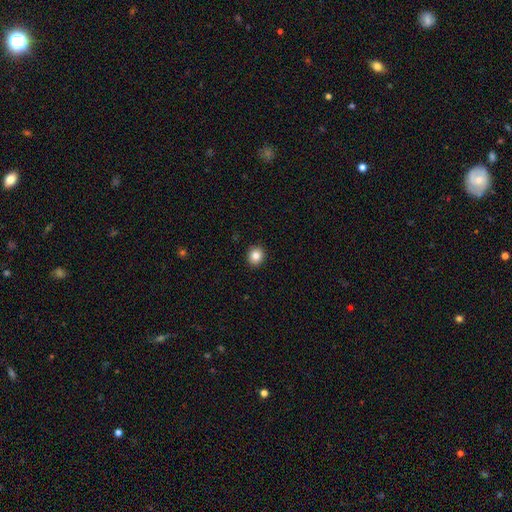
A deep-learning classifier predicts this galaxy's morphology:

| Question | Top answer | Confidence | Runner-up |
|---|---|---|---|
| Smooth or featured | smooth | 83% | star or artifact (10%) |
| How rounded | round | 83% | in between (16%) |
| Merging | none | 92% | minor disturbance (5%) |